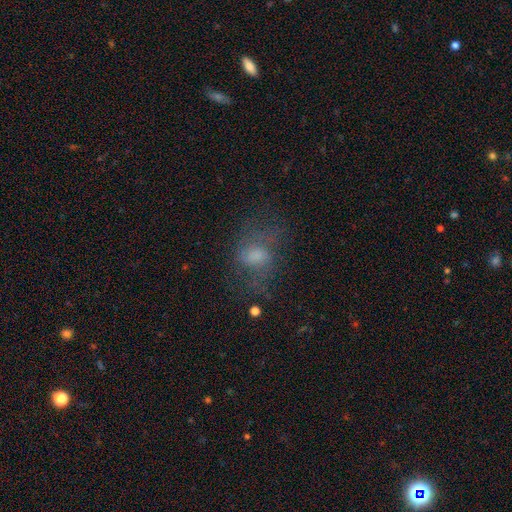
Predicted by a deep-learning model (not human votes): This appears to be a smooth galaxy with no disk features (53%) that is in between round and cigar-shaped (58%). Merging: none (43%).